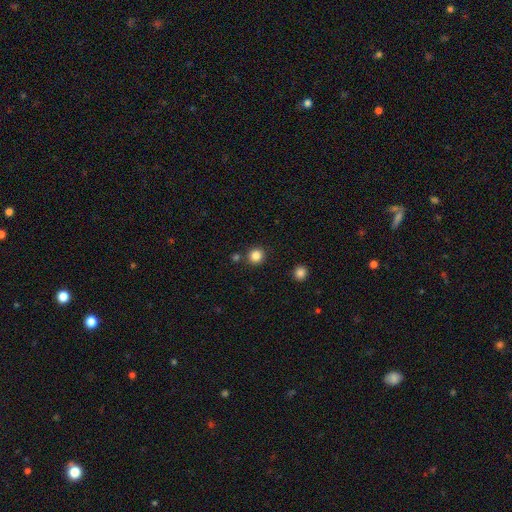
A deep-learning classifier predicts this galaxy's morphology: Smooth or featured? smooth (85%)
How rounded? round (92%)
Merging? none (86%)